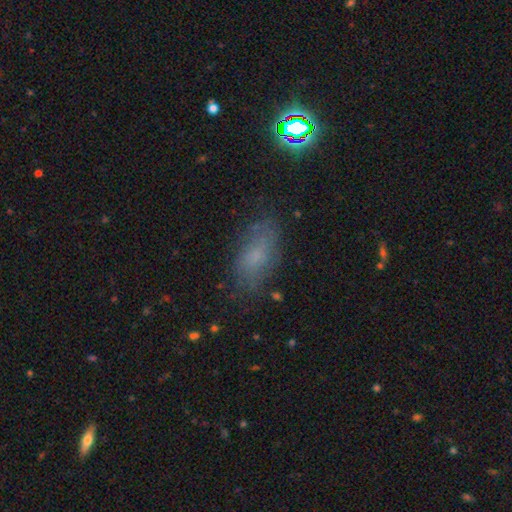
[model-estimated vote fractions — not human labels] Smooth or featured: smooth — 59% (featured or disk — 22%)
How rounded: in between — 85% (cigar-shaped — 9%)
Merging: none — 73% (minor disturbance — 18%)